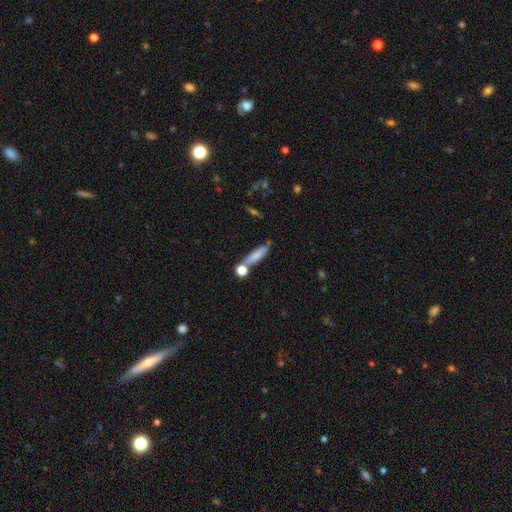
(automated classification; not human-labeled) smooth-or-featured: smooth: 73% | featured or disk: 18% | star or artifact: 9%
  how-rounded: cigar-shaped: 71% | in between: 24% | round: 5%
  merging: none: 63% | merger: 19% | minor disturbance: 14% | major disturbance: 5%